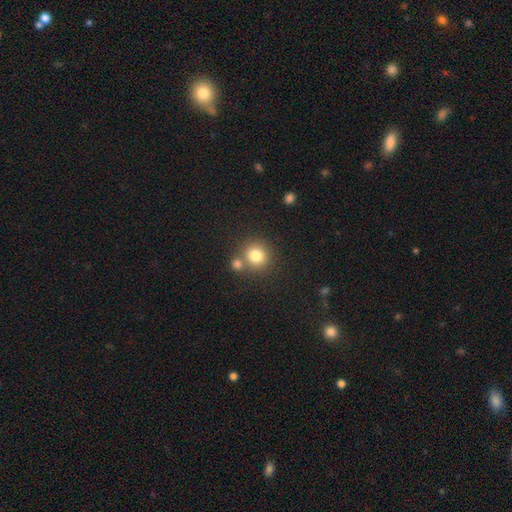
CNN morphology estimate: Smooth or featured? smooth (80%)
How rounded? round (89%)
Merging? none (65%)